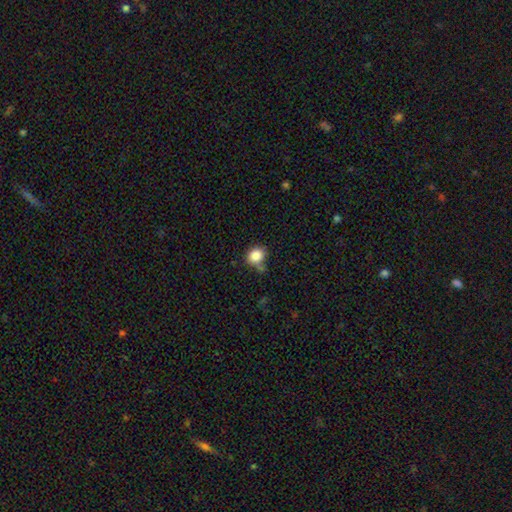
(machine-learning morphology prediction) Smooth or featured? smooth (85%)
How rounded? round (67%)
Merging? none (63%)